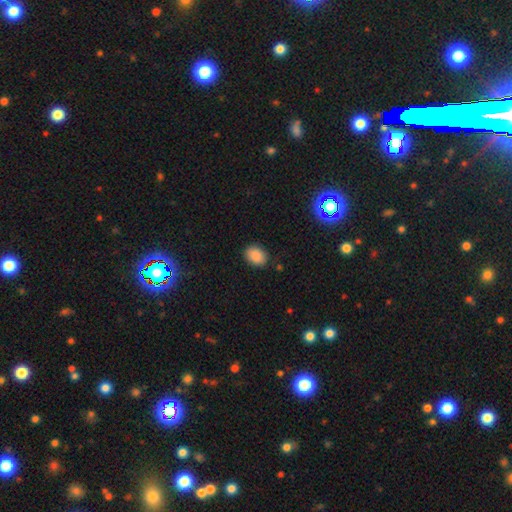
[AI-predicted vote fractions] Q: Smooth or featured?
A: smooth (87%); runner-up: star or artifact (9%)
Q: How rounded?
A: in between (69%); runner-up: round (30%)
Q: Merging?
A: none (86%); runner-up: minor disturbance (10%)